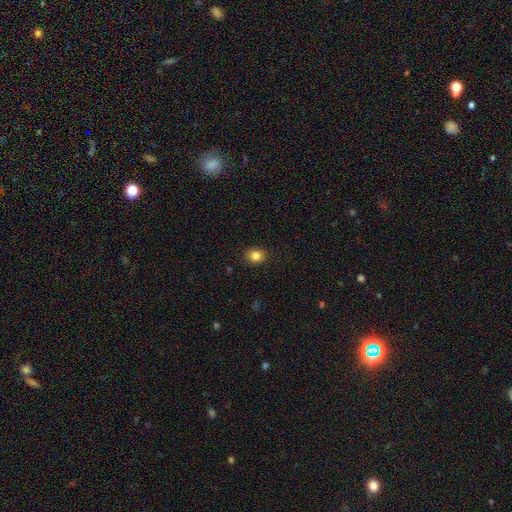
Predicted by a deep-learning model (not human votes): smooth_or_featured: smooth (p=0.84) [alt: star or artifact p=0.11]
how_rounded: round (p=0.59) [alt: in between p=0.40]
merging: none (p=0.89) [alt: minor disturbance p=0.08]